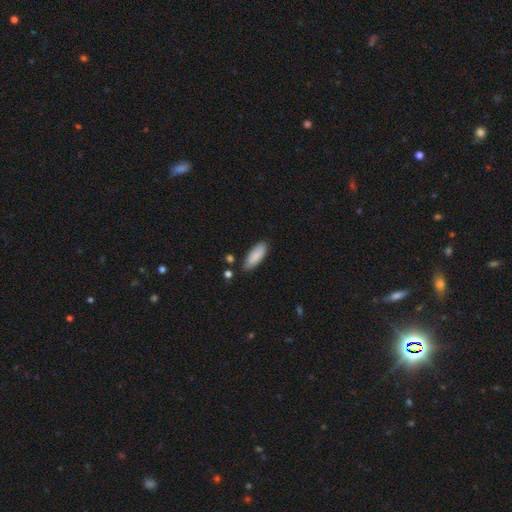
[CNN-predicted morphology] smooth-or-featured: smooth: 88% | featured or disk: 6% | star or artifact: 6%
  how-rounded: in between: 72% | cigar-shaped: 26% | round: 2%
  merging: none: 81% | minor disturbance: 13% | merger: 3% | major disturbance: 2%